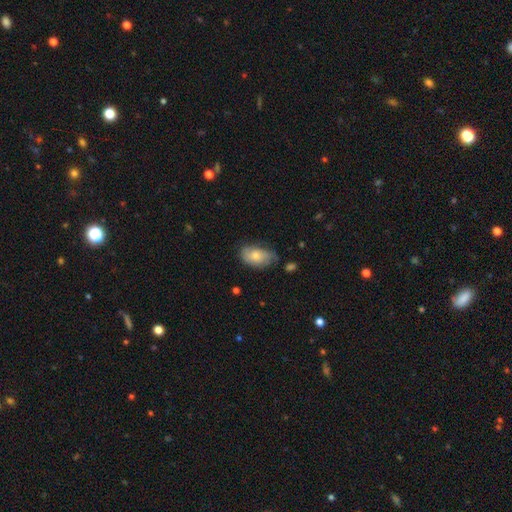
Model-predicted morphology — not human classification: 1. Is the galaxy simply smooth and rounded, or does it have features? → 63% smooth, 30% featured or disk, 7% star or artifact.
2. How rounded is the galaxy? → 90% in between, 8% round, 2% cigar-shaped.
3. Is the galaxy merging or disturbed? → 52% none, 35% minor disturbance, 10% major disturbance, 2% merger.